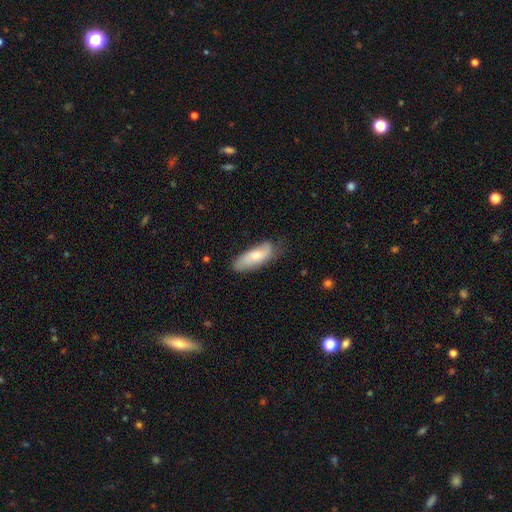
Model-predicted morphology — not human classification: smooth-or-featured: smooth: 67% | featured or disk: 27% | star or artifact: 6%
  how-rounded: in between: 67% | cigar-shaped: 31% | round: 2%
  merging: none: 64% | minor disturbance: 27% | major disturbance: 7% | merger: 2%